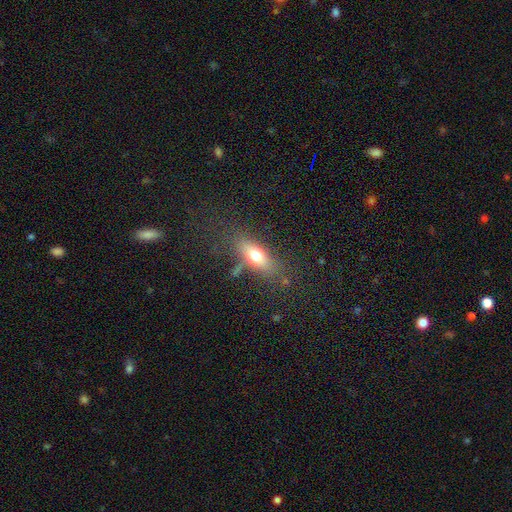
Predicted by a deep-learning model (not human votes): Smooth or featured? Predicted: smooth (p=0.66). How rounded? Predicted: in between (p=0.70). Merging? Predicted: none (p=0.68).